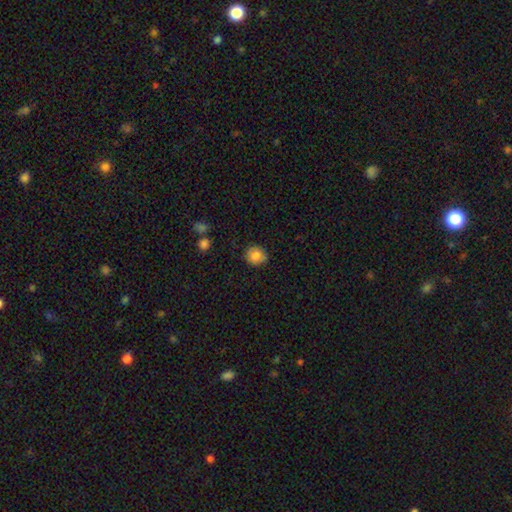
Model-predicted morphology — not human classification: smooth_or_featured: smooth (p=0.82) [alt: star or artifact p=0.09]
how_rounded: round (p=0.84) [alt: in between p=0.15]
merging: none (p=0.86) [alt: minor disturbance p=0.11]